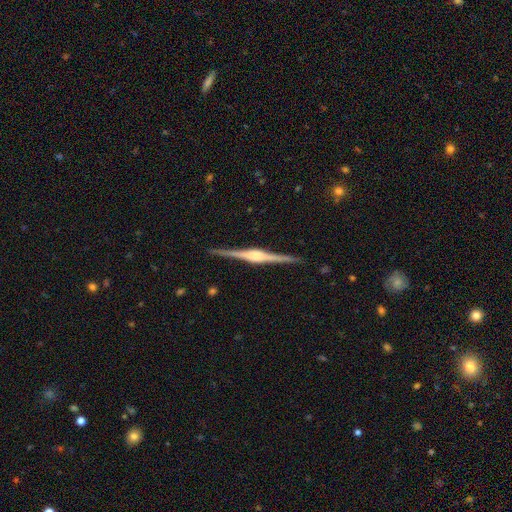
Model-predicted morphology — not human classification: Q: Smooth or featured?
A: featured or disk (88%); runner-up: smooth (7%)
Q: Edge-on disk?
A: yes (99%); runner-up: no (1%)
Q: Edge-on bulge?
A: rounded (62%); runner-up: boxy (34%)
Q: Merging?
A: none (91%); runner-up: minor disturbance (7%)